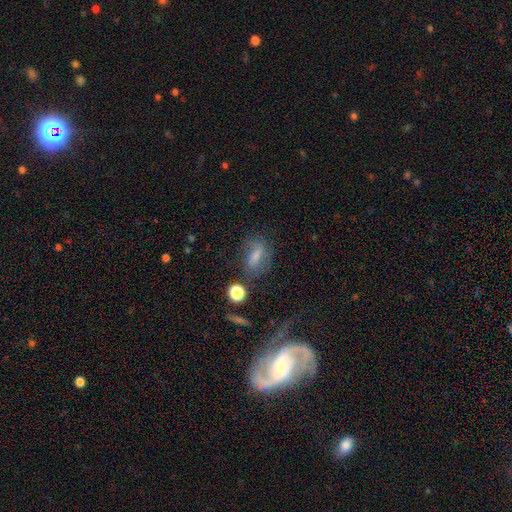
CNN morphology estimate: This appears to be a smooth galaxy with no disk features (56%) that is in between round and cigar-shaped (68%). Merging: none (55%).